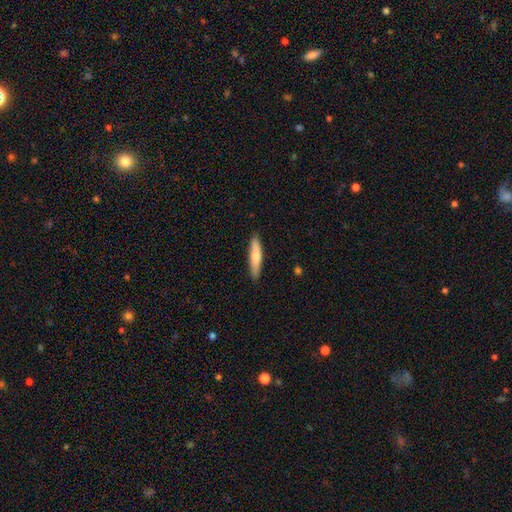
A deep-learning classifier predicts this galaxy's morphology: smooth 69%, featured or disk 26%, star or artifact 5%. Down the decision tree: how rounded — cigar-shaped (84%); merging — none (88%).